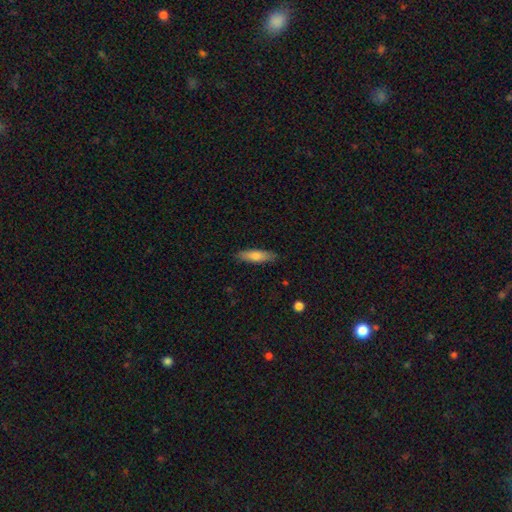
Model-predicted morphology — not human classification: A smooth galaxy with no disk features (71%) that is cigar-shaped (66%).

Vote fractions:
- Smooth or featured? smooth: 71% / featured or disk: 23% / star or artifact: 6%
- How rounded? cigar-shaped: 66% / in between: 32% / round: 2%
- Merging? none: 87% / minor disturbance: 10% / major disturbance: 2% / merger: 1%